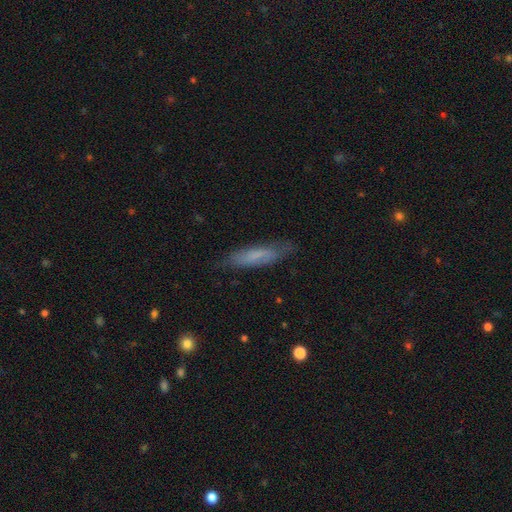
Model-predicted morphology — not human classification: Q: Smooth or featured?
A: smooth (62%); runner-up: featured or disk (31%)
Q: How rounded?
A: cigar-shaped (74%); runner-up: in between (25%)
Q: Merging?
A: none (77%); runner-up: minor disturbance (17%)